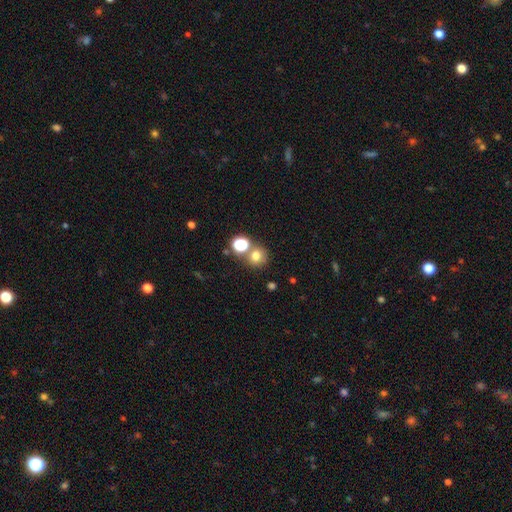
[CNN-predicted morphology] This appears to be a smooth galaxy with no disk features (73%) that is round (85%). Merging: none (64%).